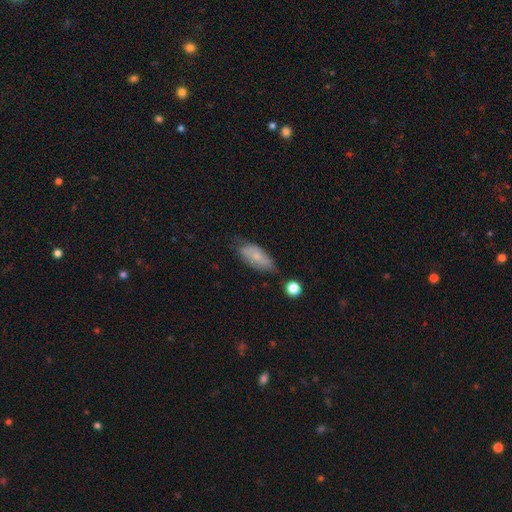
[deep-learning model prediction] A smooth galaxy with no disk features (68%) that is in between round and cigar-shaped (86%).

Vote fractions:
- Smooth or featured? smooth: 68% / featured or disk: 25% / star or artifact: 7%
- How rounded? in between: 86% / cigar-shaped: 11% / round: 3%
- Merging? none: 57% / minor disturbance: 32% / major disturbance: 8% / merger: 3%